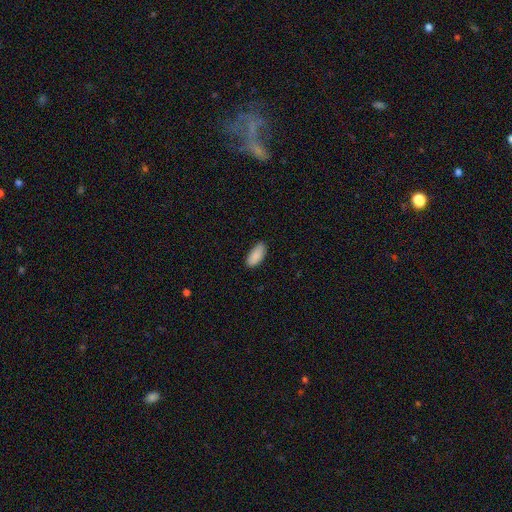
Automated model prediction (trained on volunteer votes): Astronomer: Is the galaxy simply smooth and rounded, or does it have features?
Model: smooth — 90%.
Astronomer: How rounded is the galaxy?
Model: in between — 89%.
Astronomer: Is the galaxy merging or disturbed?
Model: none — 84%.